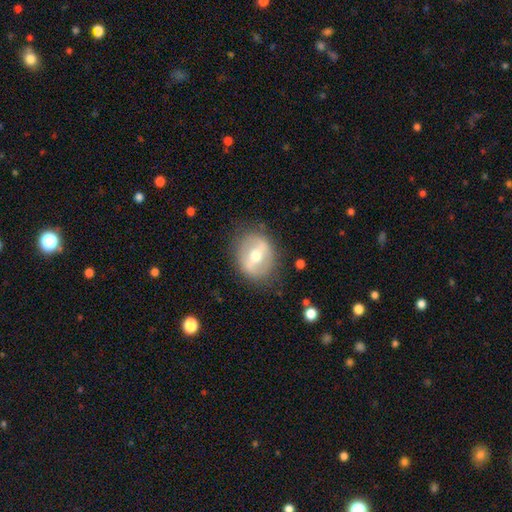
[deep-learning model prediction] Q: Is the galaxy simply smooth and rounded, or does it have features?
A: featured or disk — 59%.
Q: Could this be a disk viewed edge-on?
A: no — 90%.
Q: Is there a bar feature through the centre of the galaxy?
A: strong — 54%.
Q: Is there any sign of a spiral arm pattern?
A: no — 73%.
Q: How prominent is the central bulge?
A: moderate — 71%.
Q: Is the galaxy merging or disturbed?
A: none — 79%.